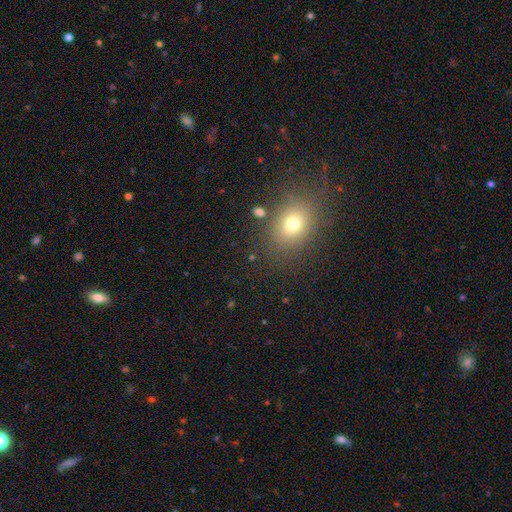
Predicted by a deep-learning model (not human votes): Q: Smooth or featured?
A: smooth (66%); runner-up: star or artifact (24%)
Q: How rounded?
A: in between (55%); runner-up: round (43%)
Q: Merging?
A: none (83%); runner-up: minor disturbance (10%)